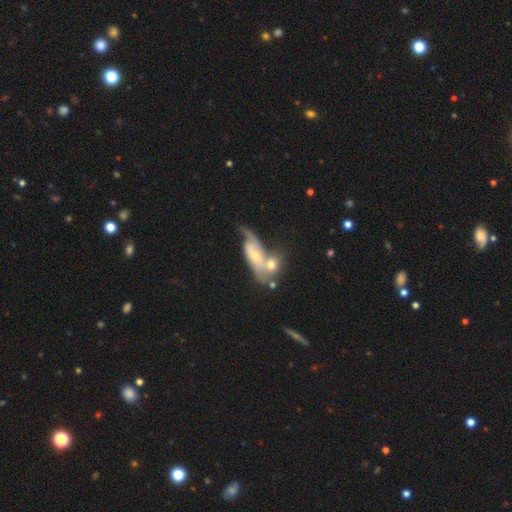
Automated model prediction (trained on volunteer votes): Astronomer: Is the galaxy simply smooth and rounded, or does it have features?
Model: featured or disk — 63%.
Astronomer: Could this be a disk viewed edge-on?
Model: no — 86%.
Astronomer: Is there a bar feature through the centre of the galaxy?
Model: no — 55% (runner-up: weak, 33%).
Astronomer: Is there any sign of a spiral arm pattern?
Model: yes — 78%.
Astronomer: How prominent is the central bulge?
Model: small — 48% (runner-up: moderate, 40%).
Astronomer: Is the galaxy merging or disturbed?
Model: merger — 55%.